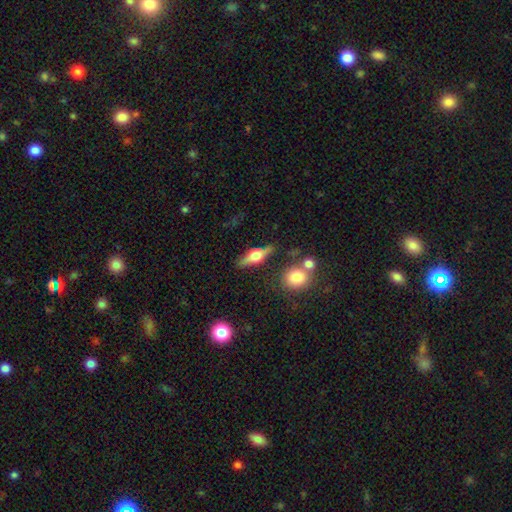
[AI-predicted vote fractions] Smooth or featured?
  - featured or disk: 57% *
  - smooth: 36%
  - star or artifact: 7%
Edge-on disk?
  - yes: 92% *
  - no: 8%
Edge-on bulge?
  - rounded: 91% *
  - boxy: 7%
  - none: 2%
Merging?
  - none: 78% *
  - minor disturbance: 13%
  - merger: 5%
  - major disturbance: 4%